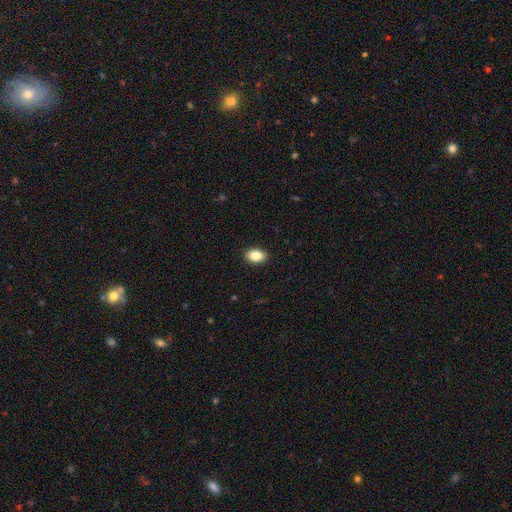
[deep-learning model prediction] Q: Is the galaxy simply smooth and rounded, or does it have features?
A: smooth — 87%.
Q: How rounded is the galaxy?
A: in between — 88%.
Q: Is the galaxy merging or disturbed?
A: none — 91%.